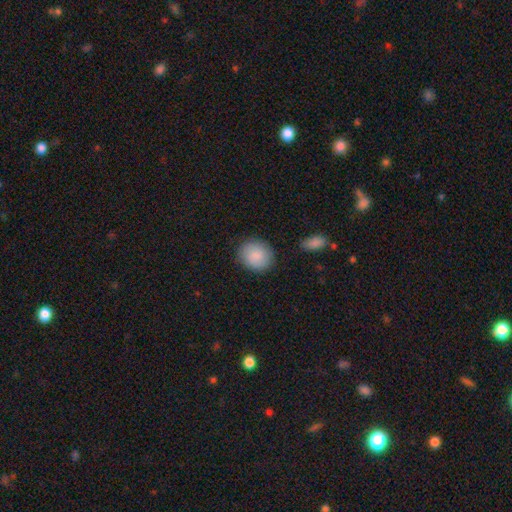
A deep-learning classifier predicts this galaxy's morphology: smooth 87%, star or artifact 6%, featured or disk 6%. Down the decision tree: how rounded — round (78%); merging — none (86%).